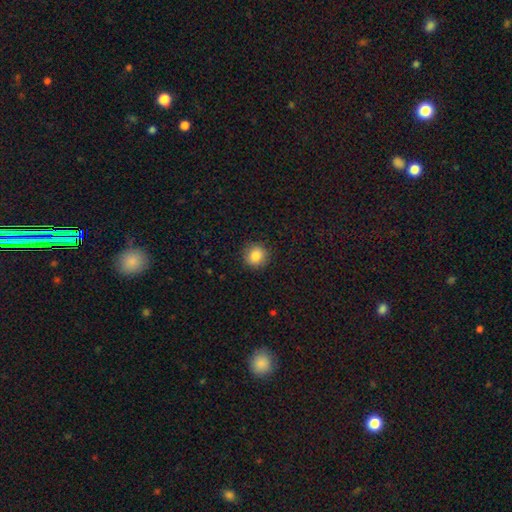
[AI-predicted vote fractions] A smooth galaxy with no disk features (86%) that is round (90%). Merging: none (89%).